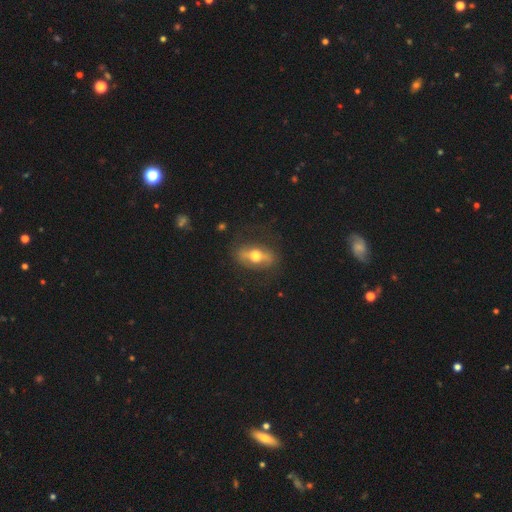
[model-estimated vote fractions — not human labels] smooth_or_featured: featured or disk (p=0.60) [alt: smooth p=0.33]
disk_edge_on: no (p=0.63) [alt: yes p=0.37]
merging: none (p=0.76) [alt: minor disturbance p=0.15]